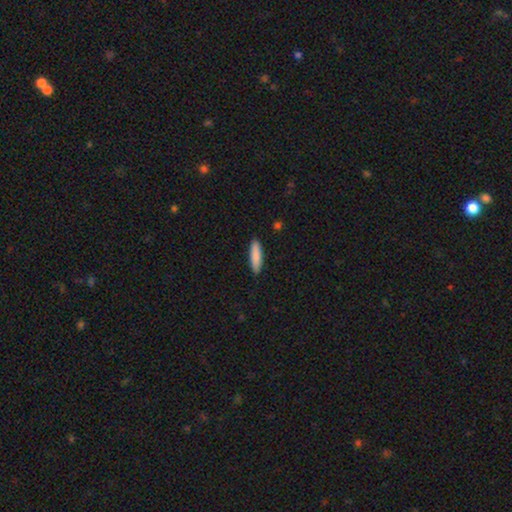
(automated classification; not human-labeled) Smooth or featured: smooth — 87% (featured or disk — 8%)
How rounded: cigar-shaped — 69% (in between — 29%)
Merging: none — 89% (minor disturbance — 8%)